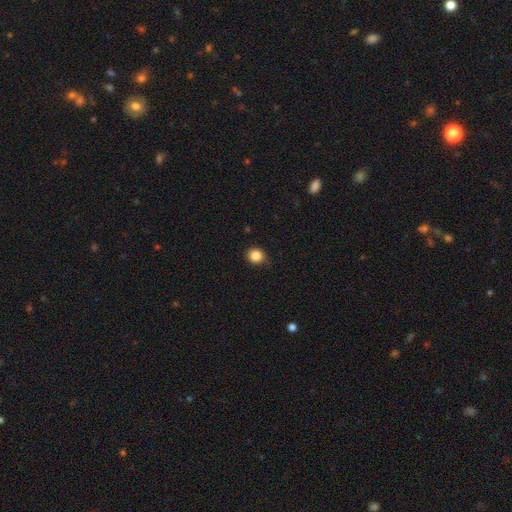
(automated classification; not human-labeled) This is clearly a smooth galaxy (85%). How rounded: clearly round (83%). Merging: likely none (79%).